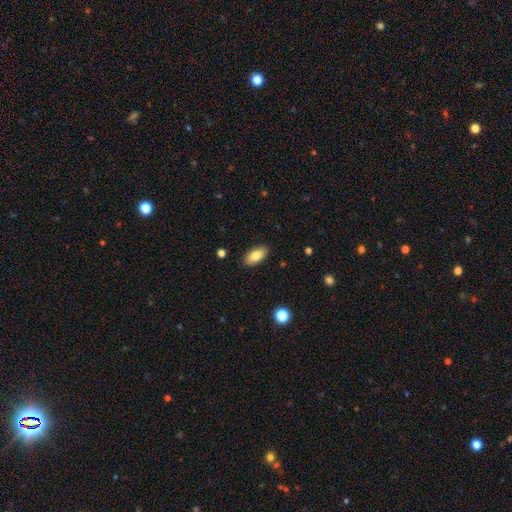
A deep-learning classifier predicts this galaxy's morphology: A smooth galaxy with no disk features (81%) that is in between round and cigar-shaped (89%).

Vote fractions:
- Smooth or featured? smooth: 81% / featured or disk: 12% / star or artifact: 7%
- How rounded? in between: 89% / cigar-shaped: 9% / round: 3%
- Merging? none: 88% / minor disturbance: 9% / major disturbance: 2% / merger: 1%